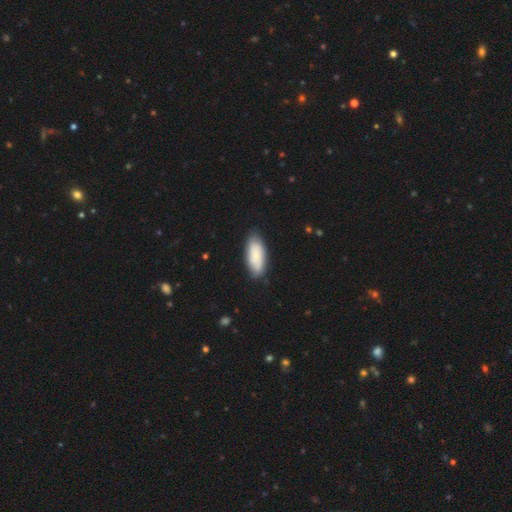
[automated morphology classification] This is likely a smooth galaxy (72%). How rounded: clearly in between (88%). Merging: clearly none (81%).